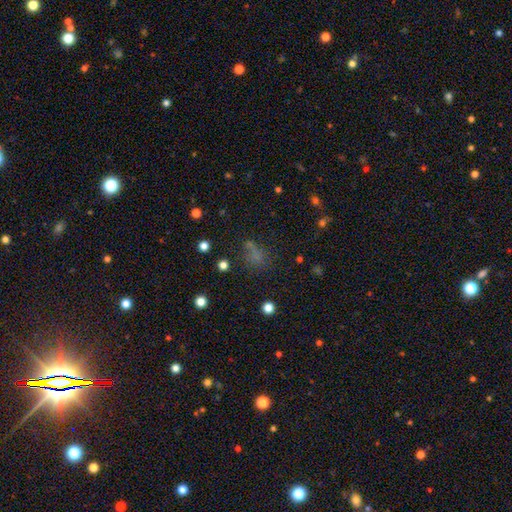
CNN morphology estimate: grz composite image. It shows a smooth galaxy with no disk features (58%) that is in between round and cigar-shaped (58%). Merging: none (53%).